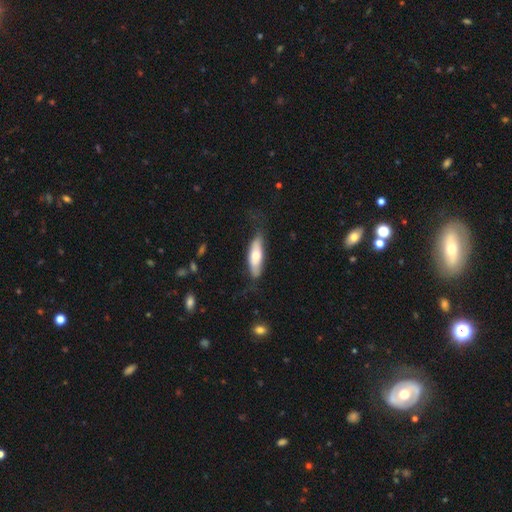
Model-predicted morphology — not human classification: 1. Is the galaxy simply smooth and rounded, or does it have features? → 62% smooth, 33% featured or disk, 5% star or artifact.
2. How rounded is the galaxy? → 52% in between, 46% cigar-shaped, 2% round.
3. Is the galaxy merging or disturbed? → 66% none, 23% minor disturbance, 9% major disturbance, 2% merger.